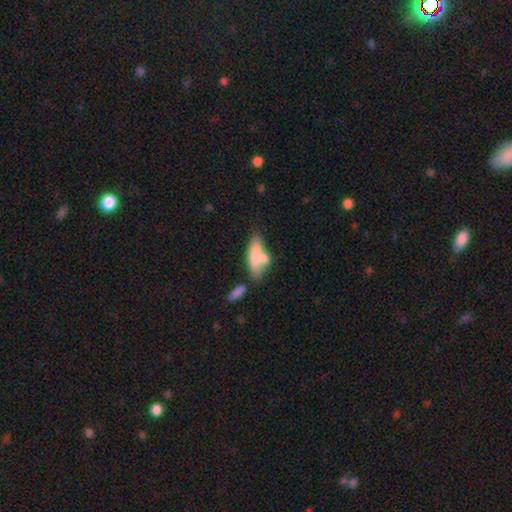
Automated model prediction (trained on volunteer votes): This appears to be a smooth galaxy with no disk features (71%) that is in between round and cigar-shaped (62%). Merging: none (40%).